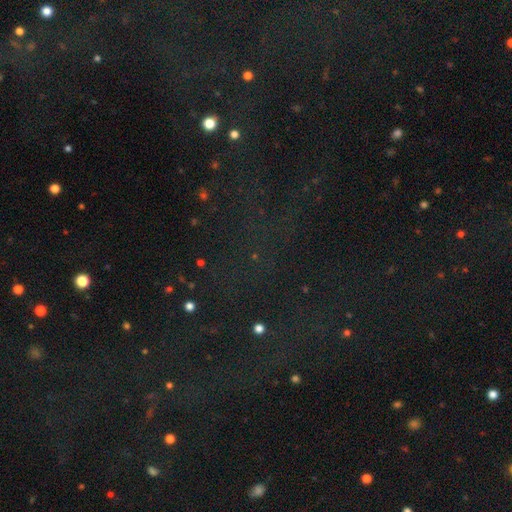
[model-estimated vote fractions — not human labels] A star or artifact, not a galaxy (76%).